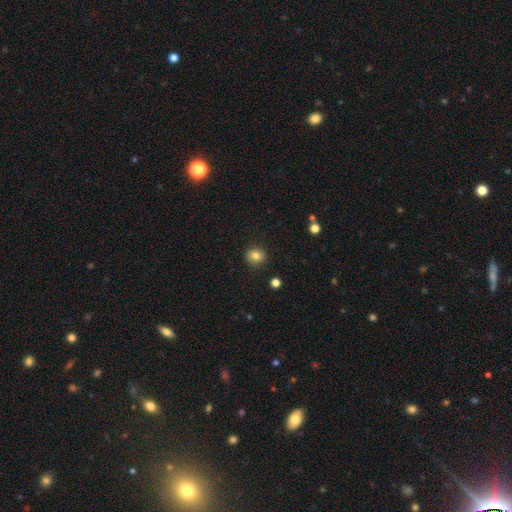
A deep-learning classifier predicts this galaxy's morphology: The model was most divided on "how rounded": round: 83%, in between: 16%, cigar-shaped: 1%. More confident: merging — none (88%); smooth or featured — smooth (82%).